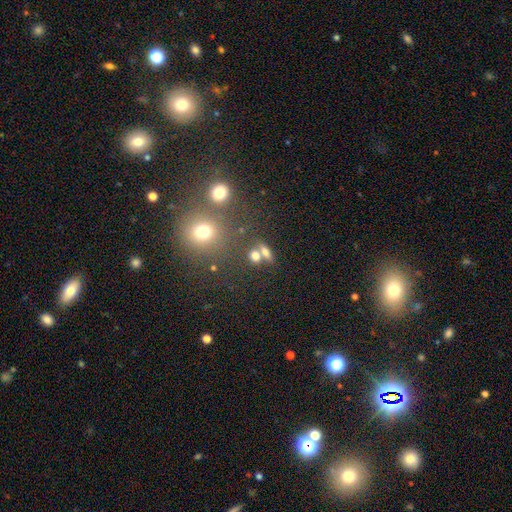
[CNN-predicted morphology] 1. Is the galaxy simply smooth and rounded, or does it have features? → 68% smooth, 16% star or artifact, 16% featured or disk.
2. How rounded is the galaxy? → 45% in between, 44% round, 11% cigar-shaped.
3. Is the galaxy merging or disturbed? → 53% none, 31% merger, 10% minor disturbance, 6% major disturbance.